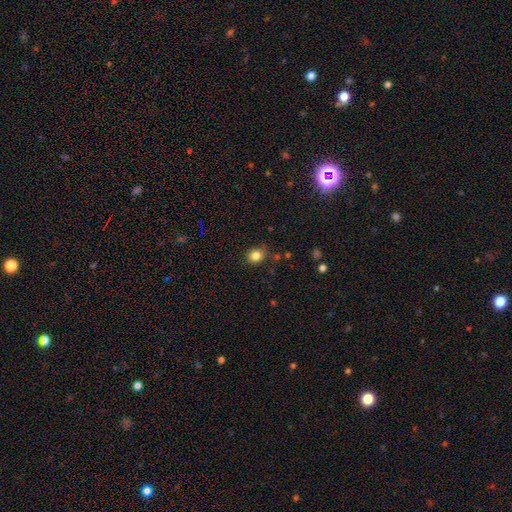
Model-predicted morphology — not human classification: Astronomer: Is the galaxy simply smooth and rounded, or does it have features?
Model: smooth — 83%.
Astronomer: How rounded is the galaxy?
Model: round — 75%.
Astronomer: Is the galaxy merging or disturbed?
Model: none — 81%.